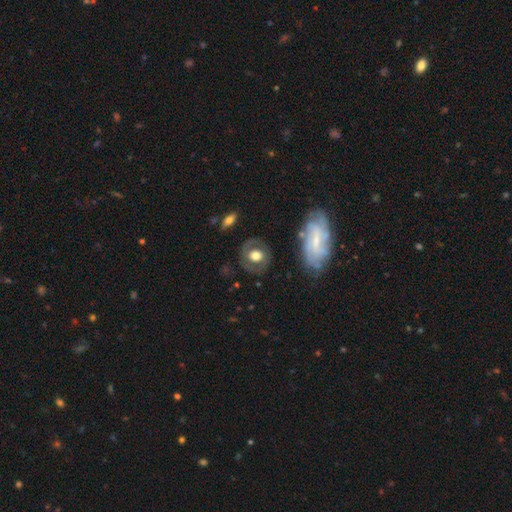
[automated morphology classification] smooth-or-featured: featured or disk: 48% | smooth: 45% | star or artifact: 7%
  merging: none: 79% | minor disturbance: 12% | major disturbance: 6% | merger: 3%